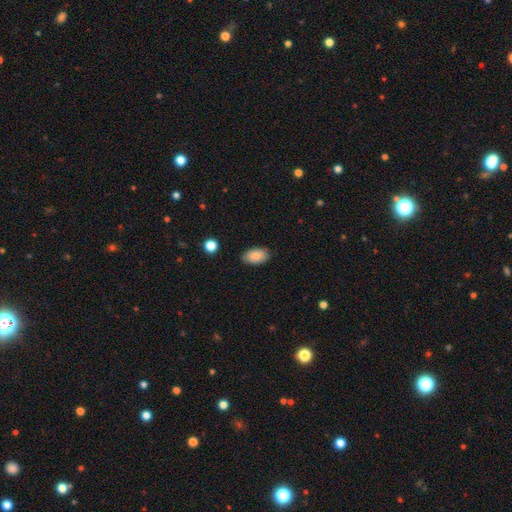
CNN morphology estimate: Smooth or featured?
  - smooth: 87% *
  - star or artifact: 7%
  - featured or disk: 5%
How rounded?
  - in between: 93% *
  - round: 5%
  - cigar-shaped: 2%
Merging?
  - none: 84% *
  - minor disturbance: 13%
  - major disturbance: 2%
  - merger: 1%